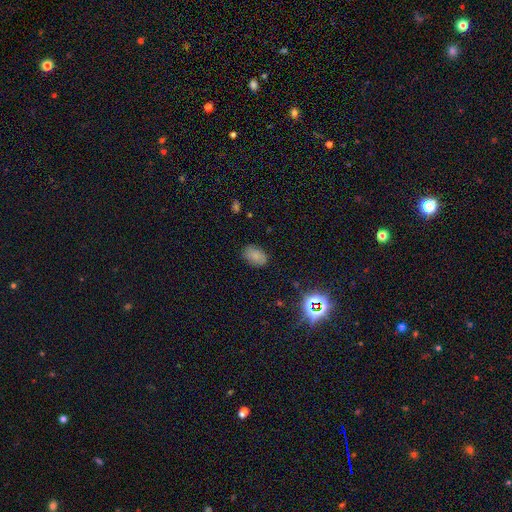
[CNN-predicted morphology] Smooth or featured?
  - smooth: 80% *
  - star or artifact: 13%
  - featured or disk: 8%
How rounded?
  - in between: 88% *
  - round: 11%
  - cigar-shaped: 1%
Merging?
  - none: 81% *
  - minor disturbance: 14%
  - major disturbance: 3%
  - merger: 1%